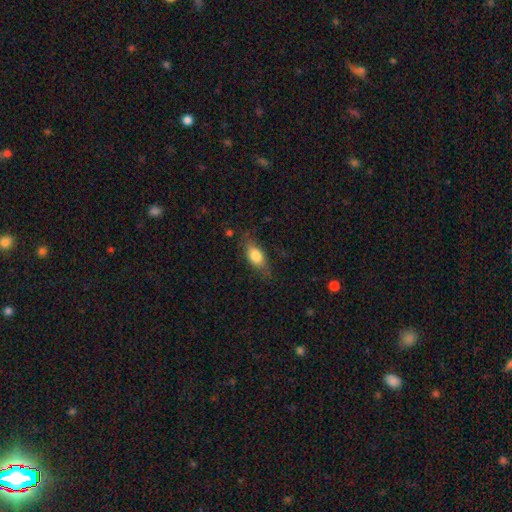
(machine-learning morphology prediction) smooth_or_featured: smooth (p=0.78) [alt: featured or disk p=0.15]
how_rounded: in between (p=0.82) [alt: cigar-shaped p=0.13]
merging: none (p=0.72) [alt: minor disturbance p=0.21]